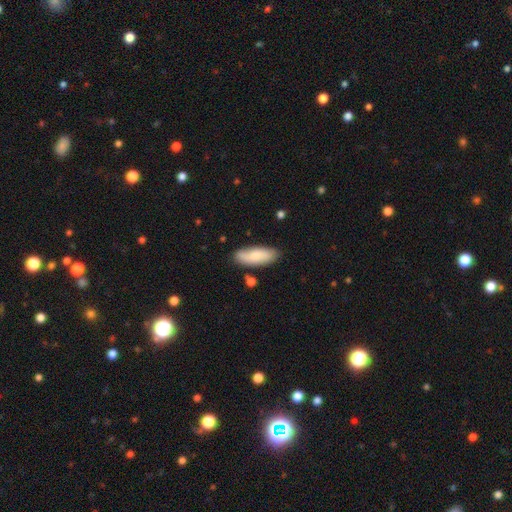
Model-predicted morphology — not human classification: Smooth or featured: smooth — 73% (featured or disk — 21%)
How rounded: in between — 73% (cigar-shaped — 25%)
Merging: none — 80% (minor disturbance — 14%)